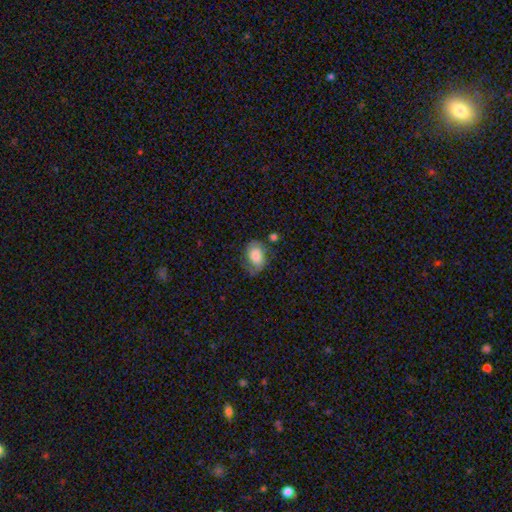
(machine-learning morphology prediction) type=smooth (63%); roundness=in between (79%); merging=none (48%).